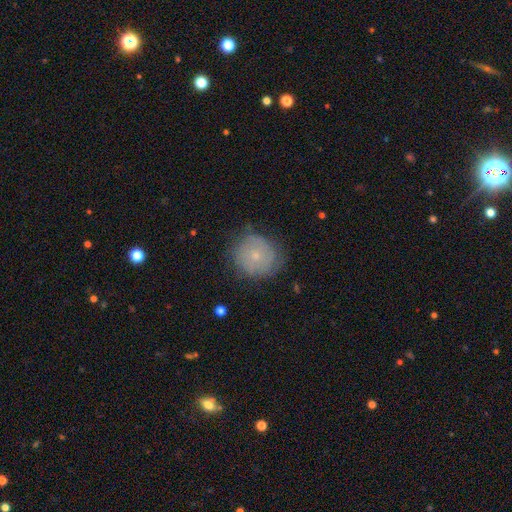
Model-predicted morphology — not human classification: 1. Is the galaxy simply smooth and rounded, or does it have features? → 58% smooth, 32% featured or disk, 9% star or artifact.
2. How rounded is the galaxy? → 89% round, 10% in between, 1% cigar-shaped.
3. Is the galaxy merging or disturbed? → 70% none, 22% minor disturbance, 7% major disturbance, 1% merger.